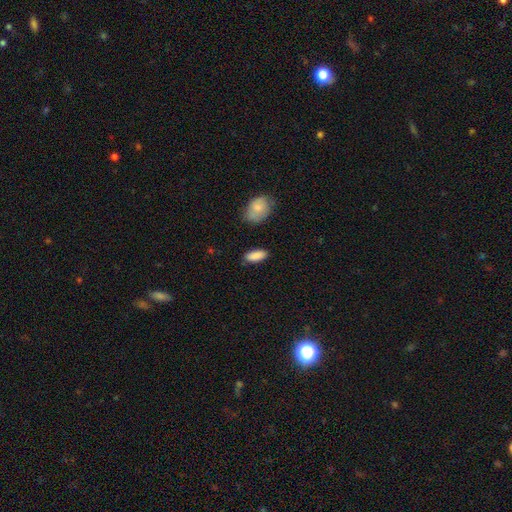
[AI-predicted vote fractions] The model was most divided on "how rounded": in between: 83%, cigar-shaped: 15%, round: 2%. More confident: smooth or featured — smooth (89%); merging — none (84%).